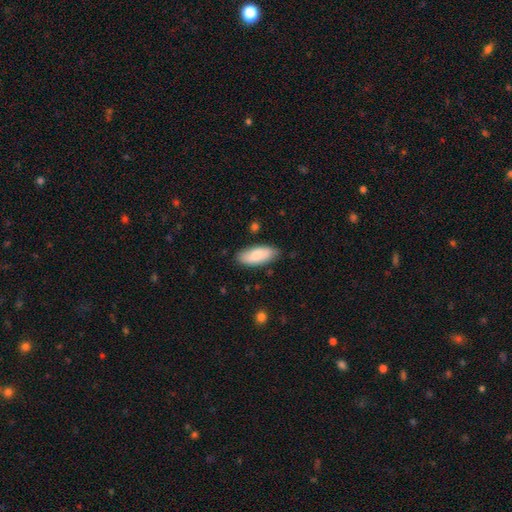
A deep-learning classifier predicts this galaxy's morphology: Overall: smooth (78%). How rounded: in between (81%). Merging: none (83%).